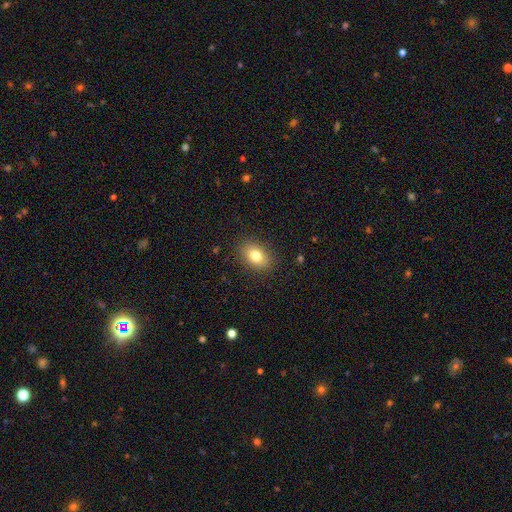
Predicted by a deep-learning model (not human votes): A smooth galaxy with no disk features (79%) that is in between round and cigar-shaped (80%).

Vote fractions:
- Smooth or featured? smooth: 79% / featured or disk: 11% / star or artifact: 10%
- How rounded? in between: 80% / round: 18% / cigar-shaped: 2%
- Merging? none: 87% / minor disturbance: 9% / major disturbance: 3% / merger: 1%